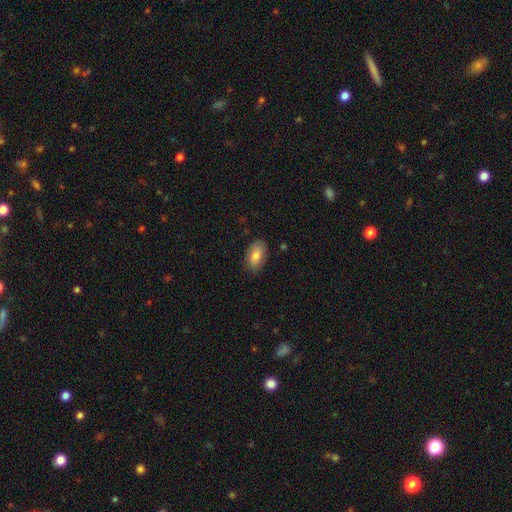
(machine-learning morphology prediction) smooth 80%, featured or disk 14%, star or artifact 7%. Down the decision tree: how rounded — in between (93%); merging — none (85%).